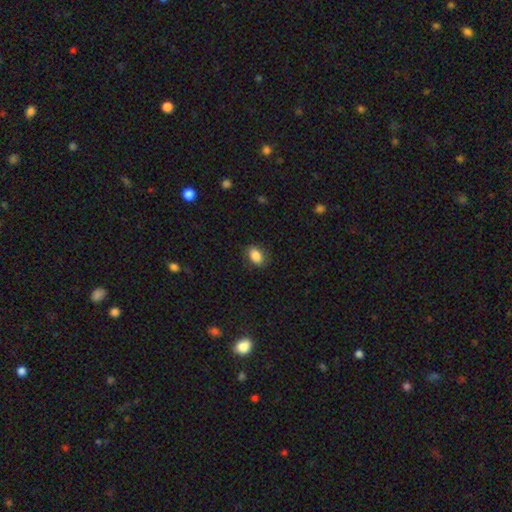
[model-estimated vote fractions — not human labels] Smooth or featured: smooth — 87% (star or artifact — 8%)
How rounded: in between — 82% (round — 17%)
Merging: none — 81% (minor disturbance — 14%)